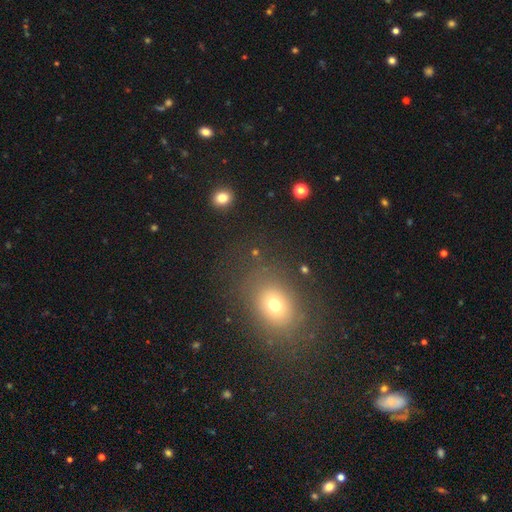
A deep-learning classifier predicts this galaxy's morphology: Overall: smooth (63%). How rounded: in between (50%; round 49%). Merging: none (80%).